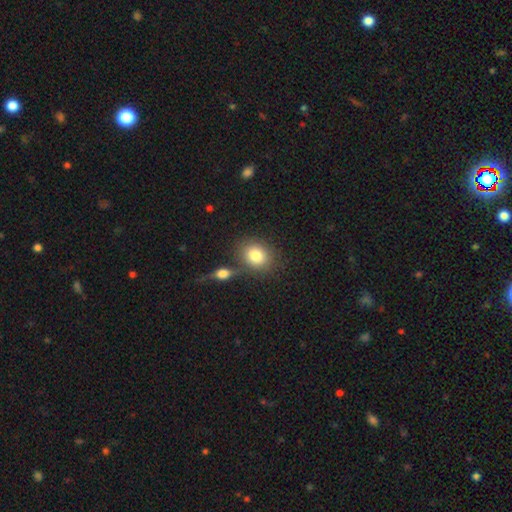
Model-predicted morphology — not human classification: Smooth or featured?
  - smooth: 81% *
  - featured or disk: 10%
  - star or artifact: 9%
How rounded?
  - round: 58% *
  - in between: 41%
  - cigar-shaped: 1%
Merging?
  - none: 64% *
  - merger: 20%
  - minor disturbance: 11%
  - major disturbance: 5%